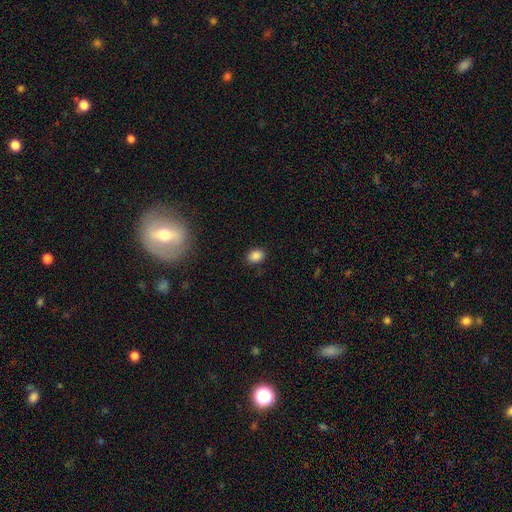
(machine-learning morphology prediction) Smooth or featured?
  - smooth: 86% *
  - star or artifact: 10%
  - featured or disk: 4%
How rounded?
  - in between: 67% *
  - round: 32%
  - cigar-shaped: 1%
Merging?
  - none: 87% *
  - minor disturbance: 10%
  - major disturbance: 3%
  - merger: 1%